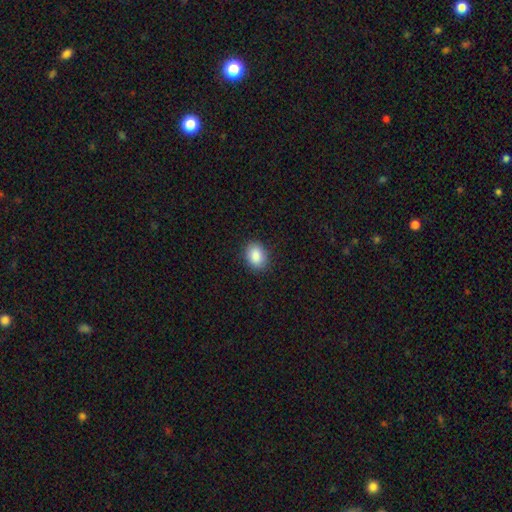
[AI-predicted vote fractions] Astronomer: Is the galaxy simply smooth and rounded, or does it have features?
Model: smooth — 88%.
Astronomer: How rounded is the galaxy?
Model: in between — 70%.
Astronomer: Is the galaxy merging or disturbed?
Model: none — 88%.